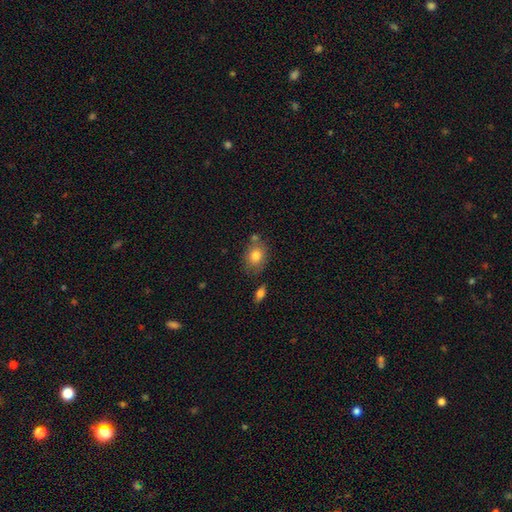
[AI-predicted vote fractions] Smooth or featured: smooth — 80% (featured or disk — 11%)
How rounded: in between — 54% (round — 45%)
Merging: none — 70% (minor disturbance — 16%)